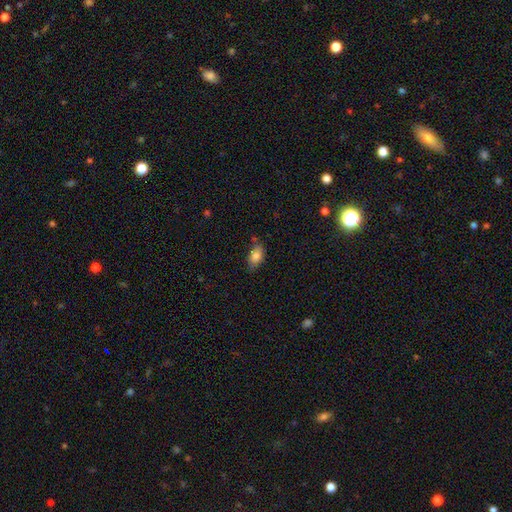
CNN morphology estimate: A smooth galaxy with no disk features (82%) that is in between round and cigar-shaped (90%).

Vote fractions:
- Smooth or featured? smooth: 82% / featured or disk: 9% / star or artifact: 8%
- How rounded? in between: 90% / round: 7% / cigar-shaped: 3%
- Merging? none: 69% / minor disturbance: 22% / merger: 5% / major disturbance: 4%